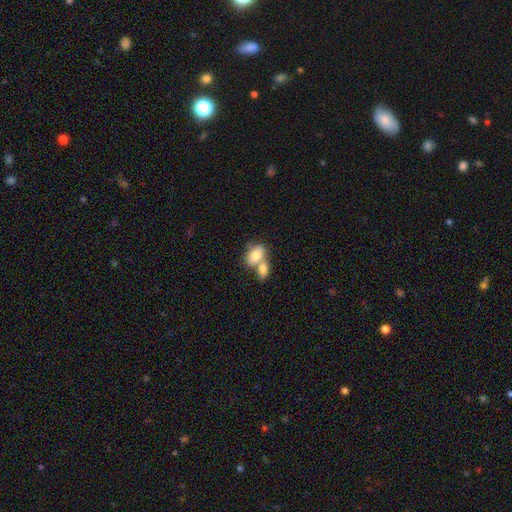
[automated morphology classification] This appears to be a smooth galaxy with no disk features (76%) that is in between round and cigar-shaped (81%). Merging: merger (65%).